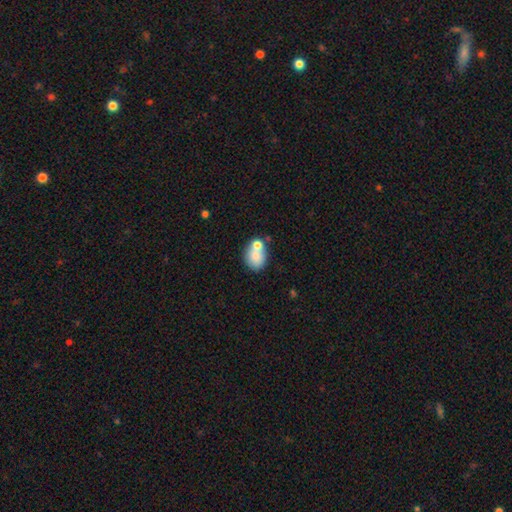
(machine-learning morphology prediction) smooth_or_featured: smooth (p=0.77) [alt: featured or disk p=0.14]
how_rounded: in between (p=0.58) [alt: round p=0.41]
merging: none (p=0.48) [alt: merger p=0.32]